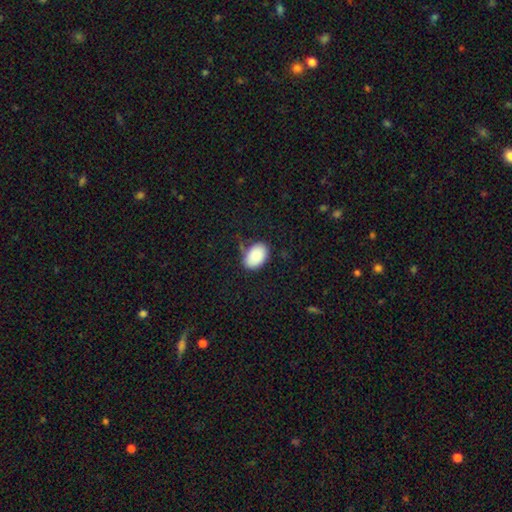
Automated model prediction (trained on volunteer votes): Overall: smooth (88%). How rounded: in between (88%). Merging: none (70%).